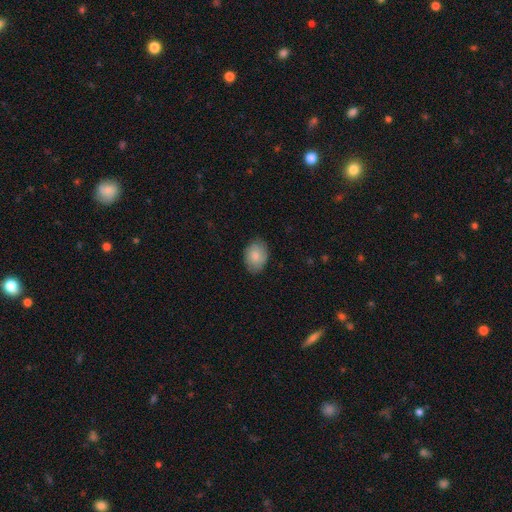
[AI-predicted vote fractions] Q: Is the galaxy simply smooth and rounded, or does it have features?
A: smooth — 83%.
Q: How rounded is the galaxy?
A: in between — 72%.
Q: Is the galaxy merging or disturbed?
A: none — 80%.